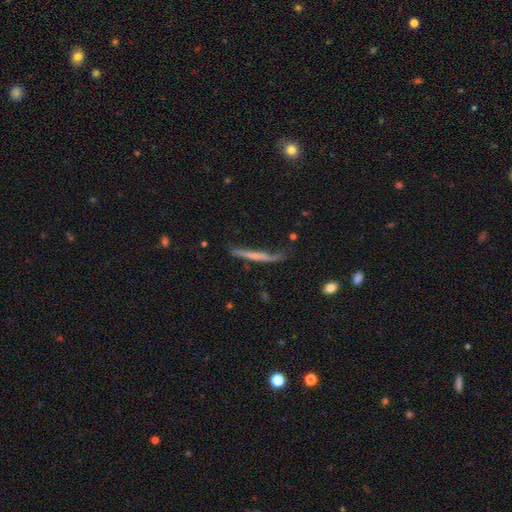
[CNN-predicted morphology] Smooth or featured?
  - featured or disk: 47% *
  - smooth: 46%
  - star or artifact: 7%
Merging?
  - none: 60% *
  - minor disturbance: 26%
  - major disturbance: 10%
  - merger: 4%